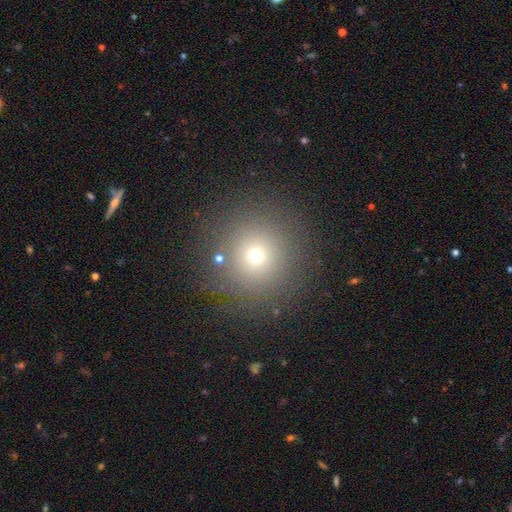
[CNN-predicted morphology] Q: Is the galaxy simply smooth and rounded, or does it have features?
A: smooth — 67%.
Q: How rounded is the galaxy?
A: round — 94%.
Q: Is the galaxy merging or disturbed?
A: none — 84%.